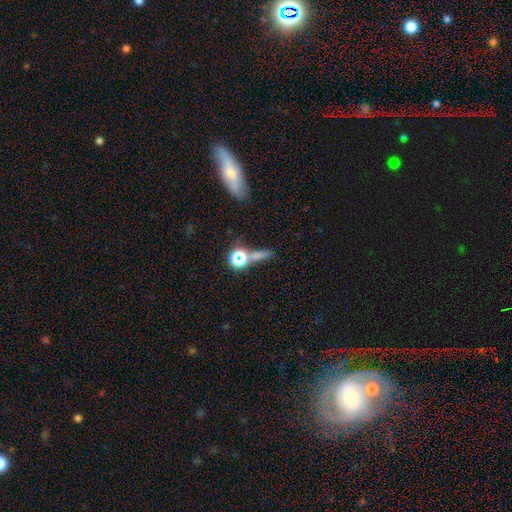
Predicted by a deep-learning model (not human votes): Smooth or featured: smooth — 50% (star or artifact — 34%)
How rounded: cigar-shaped — 49% (round — 29%)
Merging: none — 65% (merger — 16%)